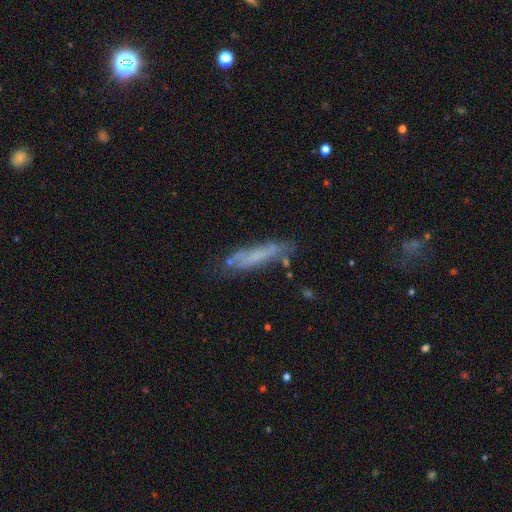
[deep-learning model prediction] Morphology: type=smooth (52%); roundness=cigar-shaped (85%); merging=none (64%).